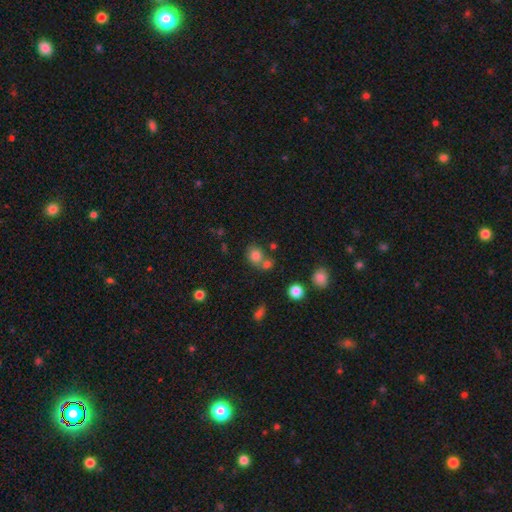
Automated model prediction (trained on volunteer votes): Q: Smooth or featured?
A: smooth (79%); runner-up: star or artifact (13%)
Q: How rounded?
A: round (70%); runner-up: in between (29%)
Q: Merging?
A: none (51%); runner-up: merger (34%)